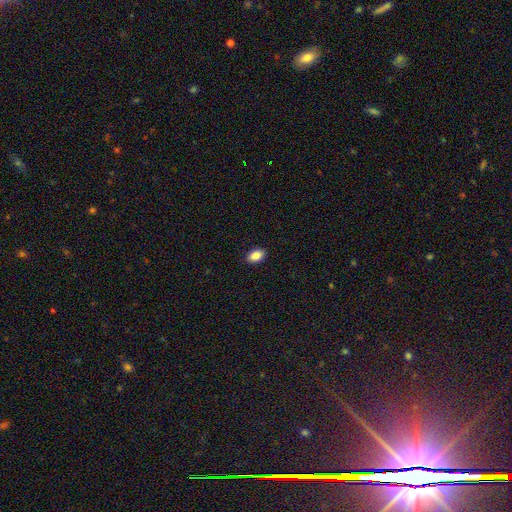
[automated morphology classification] smooth_or_featured: smooth (p=0.88) [alt: star or artifact p=0.08]
how_rounded: in between (p=0.90) [alt: round p=0.08]
merging: none (p=0.91) [alt: minor disturbance p=0.07]